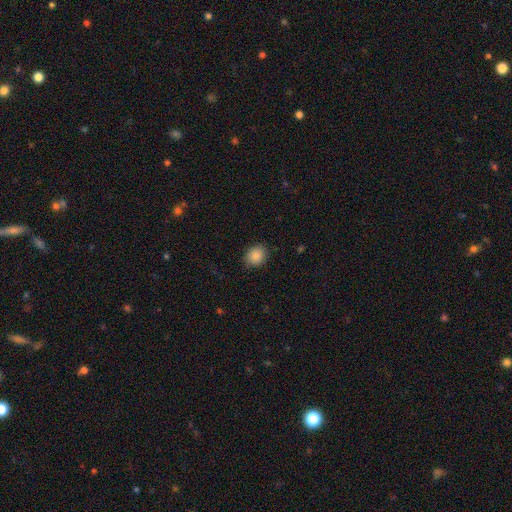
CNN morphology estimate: This appears to be a smooth galaxy with no disk features (87%) that is round (69%). Merging: none (84%).